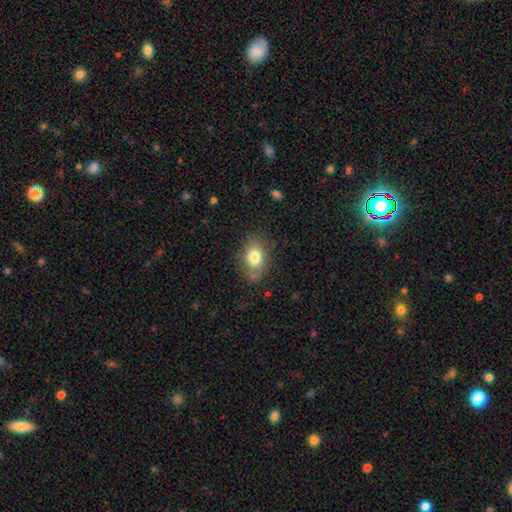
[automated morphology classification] type=smooth (80%); roundness=in between (69%); merging=none (75%).